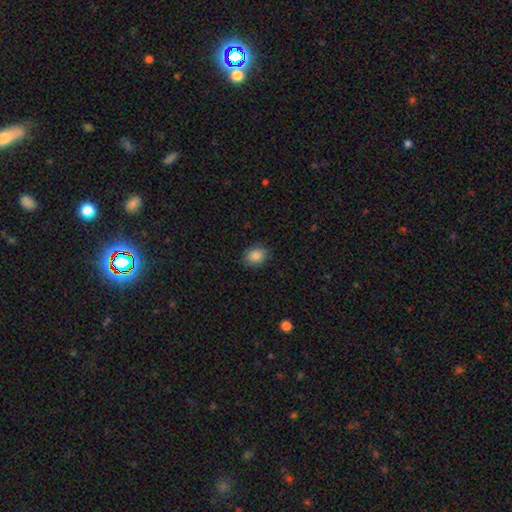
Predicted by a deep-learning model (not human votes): The model was most divided on "how rounded": in between: 56%, round: 43%, cigar-shaped: 1%. More confident: merging — none (88%); smooth or featured — smooth (87%).